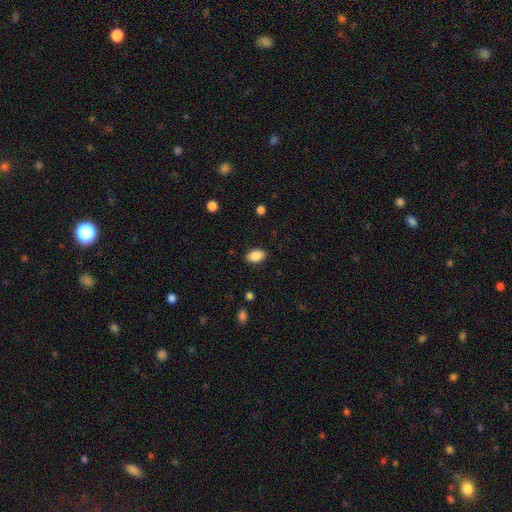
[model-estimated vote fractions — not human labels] smooth-or-featured: smooth: 89% | star or artifact: 8% | featured or disk: 4%
  how-rounded: in between: 90% | round: 9% | cigar-shaped: 1%
  merging: none: 87% | minor disturbance: 9% | major disturbance: 2% | merger: 1%